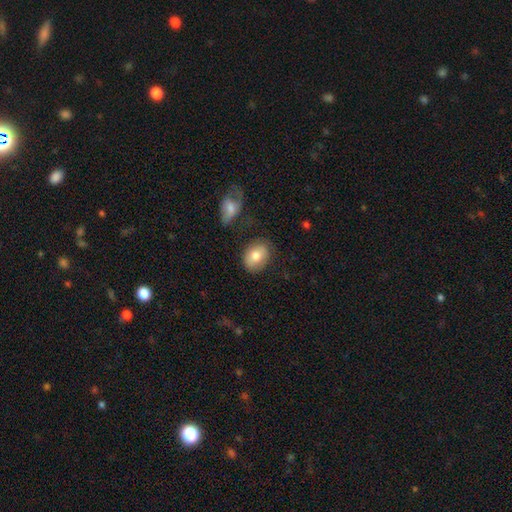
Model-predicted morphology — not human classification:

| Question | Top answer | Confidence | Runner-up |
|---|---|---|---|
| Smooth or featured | smooth | 78% | featured or disk (15%) |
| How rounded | in between | 70% | round (29%) |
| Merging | none | 75% | minor disturbance (16%) |